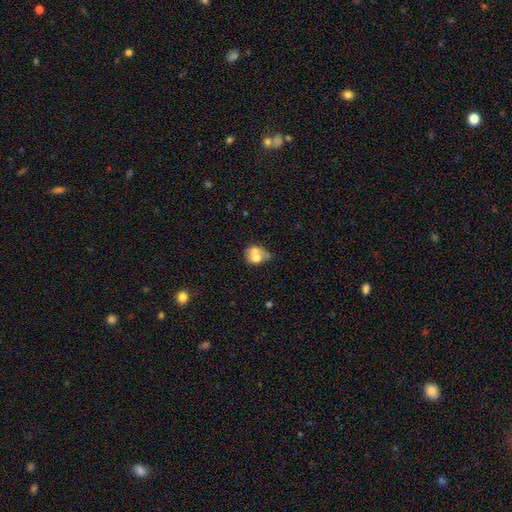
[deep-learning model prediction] smooth 62%, featured or disk 29%, star or artifact 10%. Down the decision tree: how rounded — round (51%); merging — merger (56%).